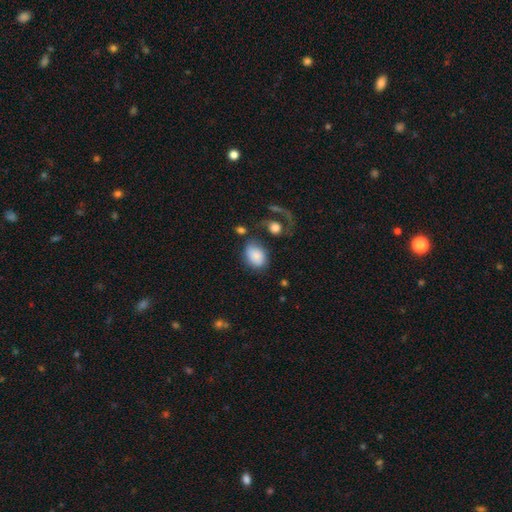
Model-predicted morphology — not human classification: This appears to be a smooth galaxy with no disk features (80%) that is in between round and cigar-shaped (74%). Merging: none (55%).